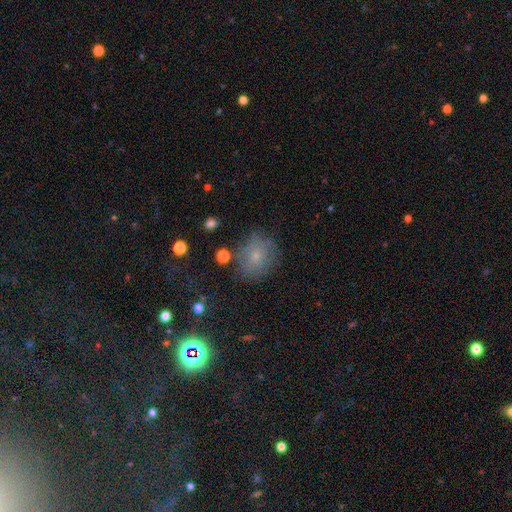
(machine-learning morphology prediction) type=smooth (63%); roundness=round (75%); merging=none (74%).